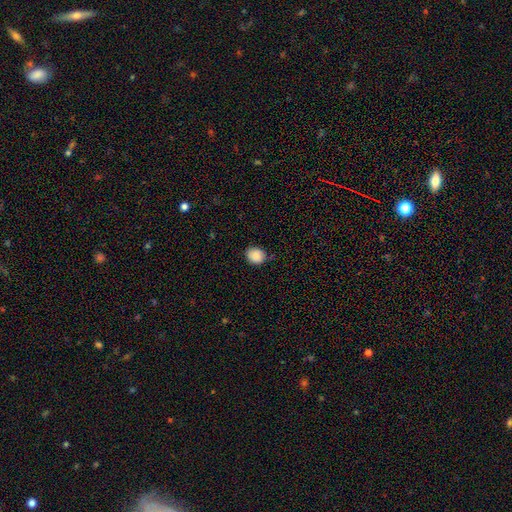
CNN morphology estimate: Smooth or featured? Predicted: smooth (p=0.88). How rounded? Predicted: round (p=0.70). Merging? Predicted: none (p=0.80).